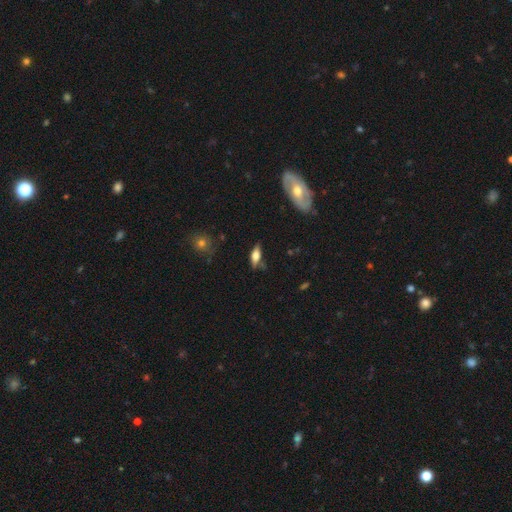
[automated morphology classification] This is possibly a smooth galaxy (56%). How rounded: likely in between (67%). Merging: likely none (70%).